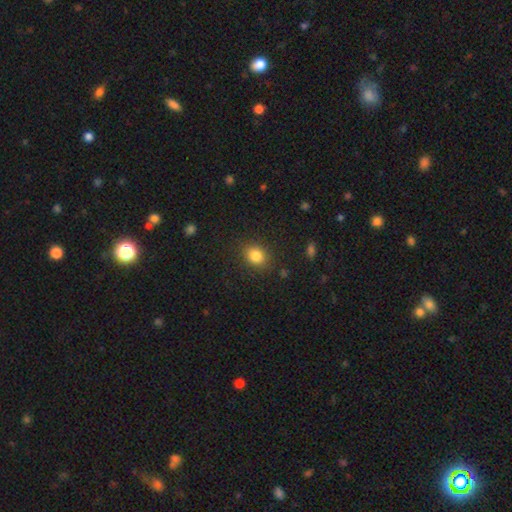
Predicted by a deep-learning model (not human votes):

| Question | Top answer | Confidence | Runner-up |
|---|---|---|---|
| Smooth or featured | smooth | 84% | star or artifact (11%) |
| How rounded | round | 53% | in between (46%) |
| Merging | none | 86% | minor disturbance (10%) |